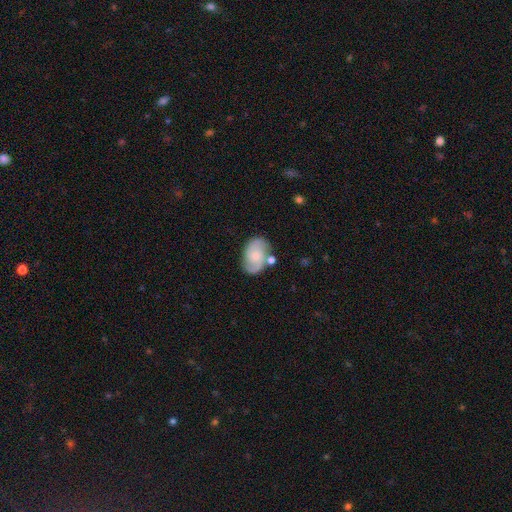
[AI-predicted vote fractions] A featured or disk galaxy (67%) with no bar (69%), 2 (86%) medium (48%) spiral arms (91%) and a small central bulge (57%).

Vote fractions:
- Smooth or featured? featured or disk: 67% / smooth: 27% / star or artifact: 7%
- Edge-on disk? no: 97% / yes: 3%
- Bar? no: 69% / weak: 26% / strong: 4%
- Spiral arms? yes: 91% / no: 9%
- Spiral winding? medium: 48% / tight: 30% / loose: 22%
- Spiral arm count? 2: 86% / can't tell: 7% / 1: 2% / 3: 2% / 4: 1% / more than 4: 1%
- Bulge size? small: 57% / moderate: 35% / none: 4% / large: 2% / dominant: 1%
- Merging? none: 68% / minor disturbance: 17% / merger: 10% / major disturbance: 5%